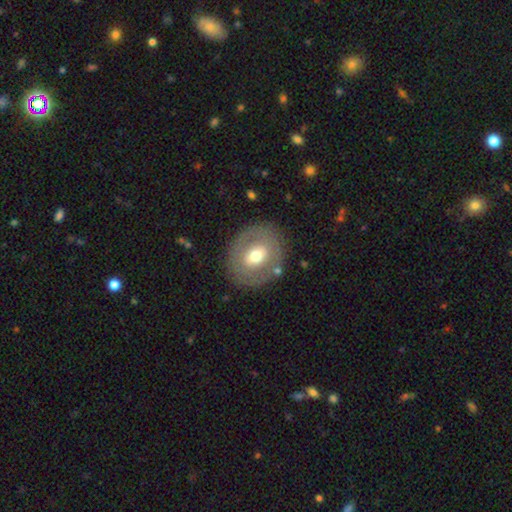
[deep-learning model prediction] This appears to be a smooth galaxy with no disk features (47%). Merging: none (80%).